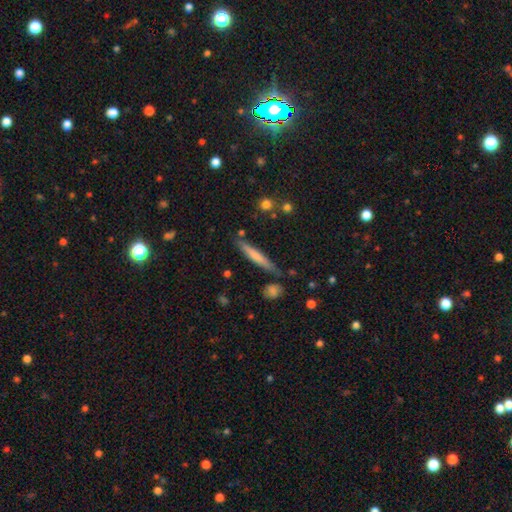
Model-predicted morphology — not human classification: Smooth or featured? smooth (63%)
How rounded? cigar-shaped (93%)
Merging? none (79%)